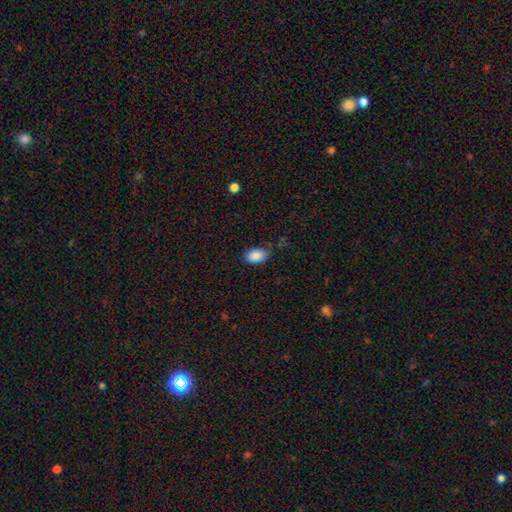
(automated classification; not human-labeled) This appears to be a smooth galaxy with no disk features (88%) that is in between round and cigar-shaped (91%). Merging: none (78%).